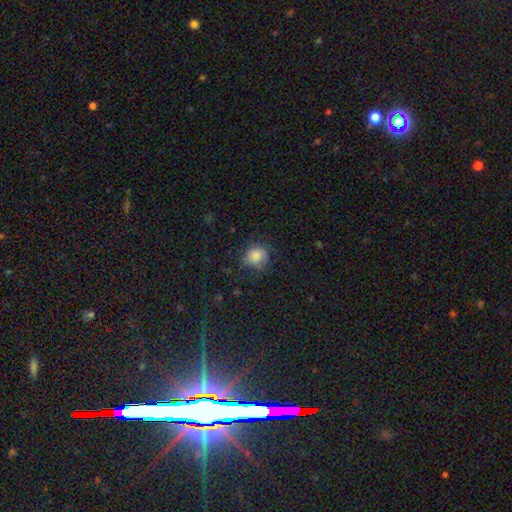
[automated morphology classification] Smooth or featured?
  - smooth: 80% *
  - star or artifact: 10%
  - featured or disk: 9%
How rounded?
  - round: 69% *
  - in between: 30%
  - cigar-shaped: 1%
Merging?
  - none: 65% *
  - minor disturbance: 24%
  - major disturbance: 10%
  - merger: 2%